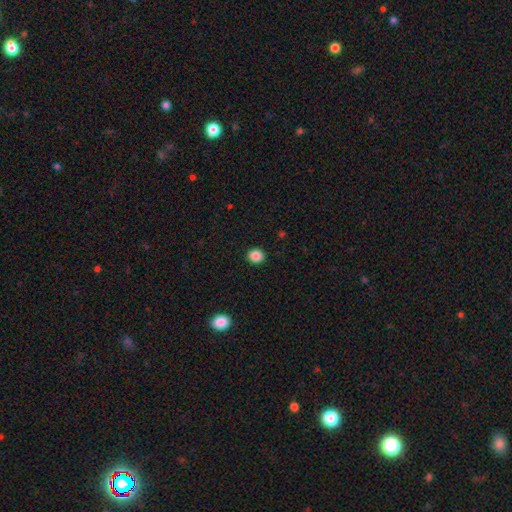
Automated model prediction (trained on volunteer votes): Smooth or featured? smooth (87%)
How rounded? round (78%)
Merging? none (92%)